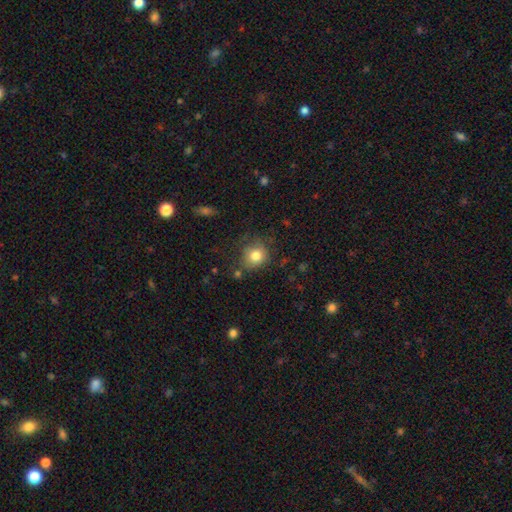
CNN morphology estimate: smooth-or-featured: smooth: 80% | star or artifact: 11% | featured or disk: 9%
  how-rounded: round: 79% | in between: 20% | cigar-shaped: 1%
  merging: none: 70% | minor disturbance: 19% | major disturbance: 7% | merger: 4%